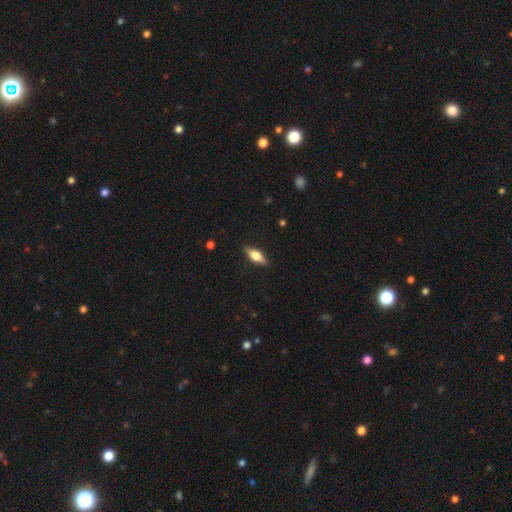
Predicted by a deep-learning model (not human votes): Q: Smooth or featured?
A: smooth (58%); runner-up: featured or disk (36%)
Q: How rounded?
A: in between (69%); runner-up: cigar-shaped (28%)
Q: Merging?
A: none (87%); runner-up: minor disturbance (10%)